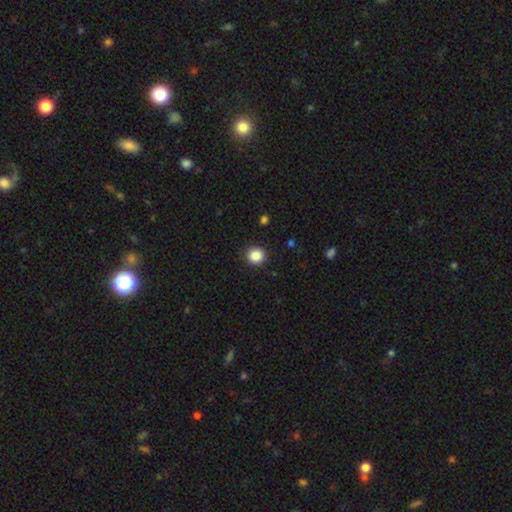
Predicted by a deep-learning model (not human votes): This is clearly a smooth galaxy (87%). How rounded: clearly round (93%). Merging: clearly none (91%).